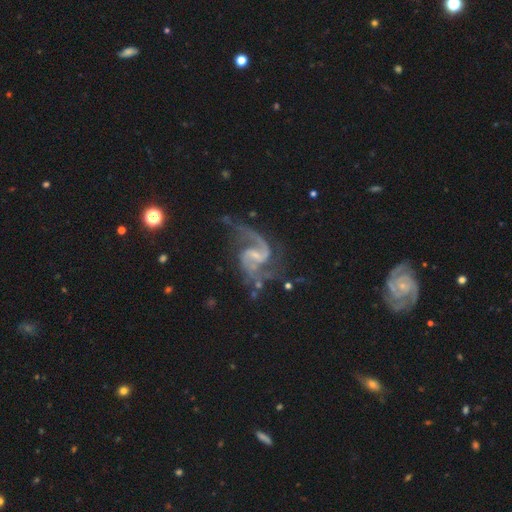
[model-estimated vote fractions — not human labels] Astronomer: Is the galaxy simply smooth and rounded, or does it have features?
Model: featured or disk — 92%.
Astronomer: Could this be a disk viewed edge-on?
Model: no — 98%.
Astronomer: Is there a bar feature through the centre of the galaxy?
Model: weak — 58%.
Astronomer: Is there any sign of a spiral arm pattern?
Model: yes — 98%.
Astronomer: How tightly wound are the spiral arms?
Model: medium — 49% (runner-up: loose, 42%).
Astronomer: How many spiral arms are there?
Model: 2 — 90%.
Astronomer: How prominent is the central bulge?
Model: small — 56%.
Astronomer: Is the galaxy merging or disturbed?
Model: none — 56%.